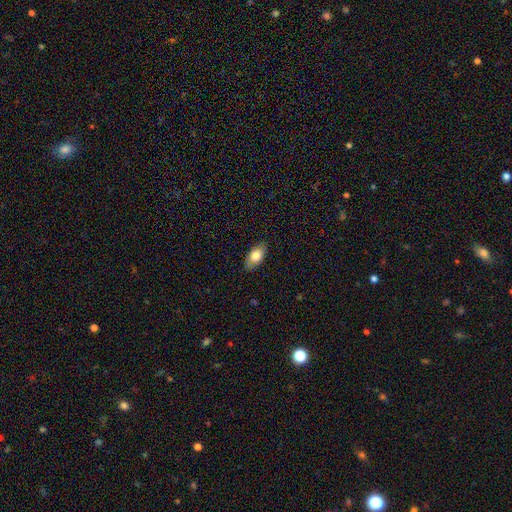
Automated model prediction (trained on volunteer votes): Smooth or featured? smooth (77%)
How rounded? in between (91%)
Merging? none (85%)